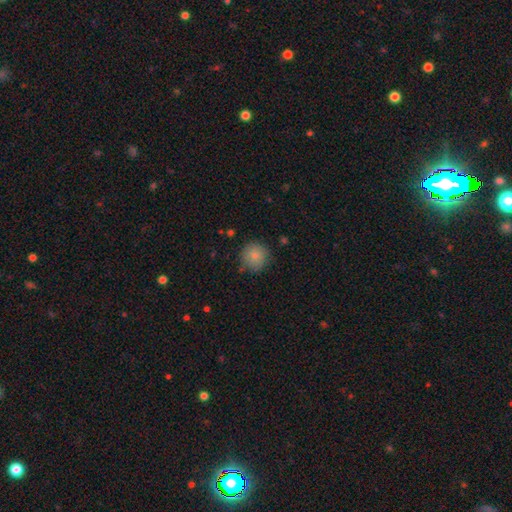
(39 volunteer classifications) smooth 90%, featured or disk 8%, star or artifact 3%. Down the decision tree: how rounded — round (97%); merging — none (76%).